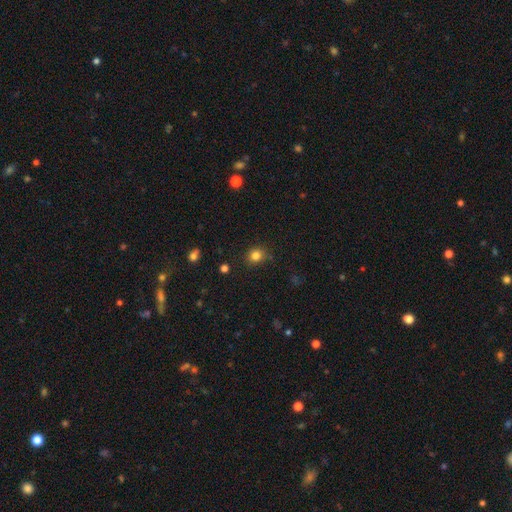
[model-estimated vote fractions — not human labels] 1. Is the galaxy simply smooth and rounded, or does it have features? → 82% smooth, 13% star or artifact, 5% featured or disk.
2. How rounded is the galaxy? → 78% round, 21% in between, 1% cigar-shaped.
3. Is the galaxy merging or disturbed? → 84% none, 12% minor disturbance, 3% major disturbance, 2% merger.